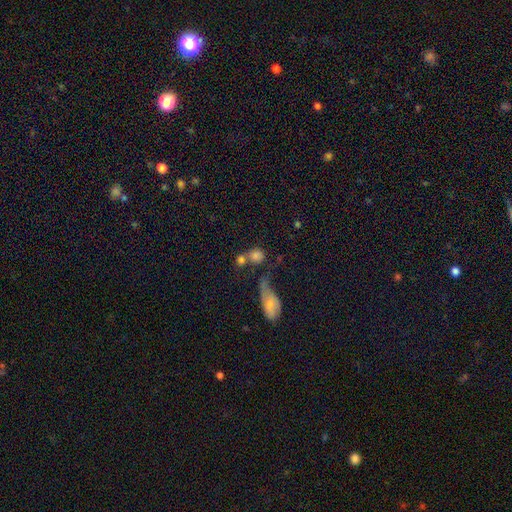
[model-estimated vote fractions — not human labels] Smooth or featured: smooth — 79% (featured or disk — 11%)
How rounded: round — 70% (in between — 27%)
Merging: merger — 42% (none — 37%)